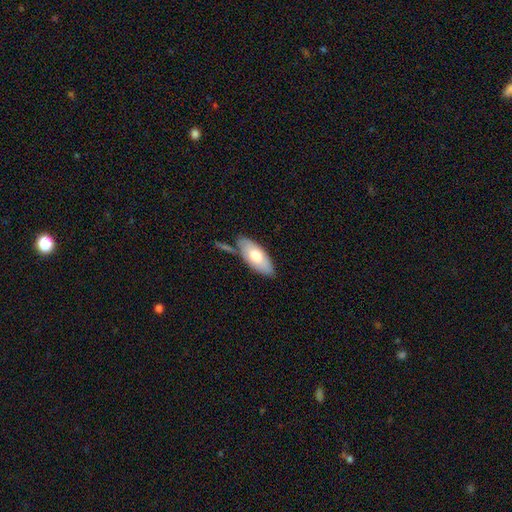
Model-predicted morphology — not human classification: The model was most divided on "smooth or featured": smooth: 69%, featured or disk: 26%, star or artifact: 5%. More confident: how rounded — in between (85%); merging — none (71%).